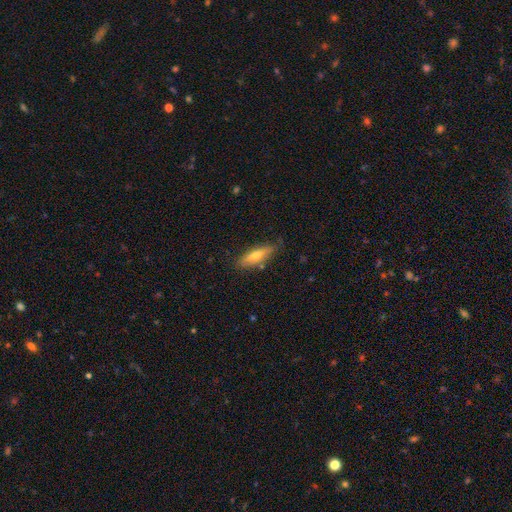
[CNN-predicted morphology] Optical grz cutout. It shows a smooth galaxy with no disk features (62%) that is cigar-shaped (64%). Merging: none (79%).